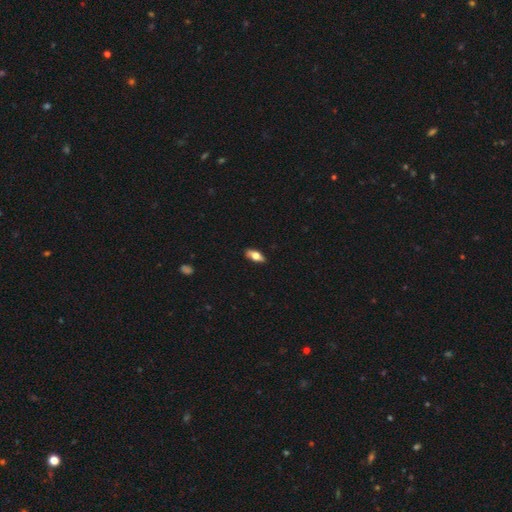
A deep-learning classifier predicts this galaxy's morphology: Overall: smooth (64%; featured or disk 30%). How rounded: in between (79%). Merging: none (87%).